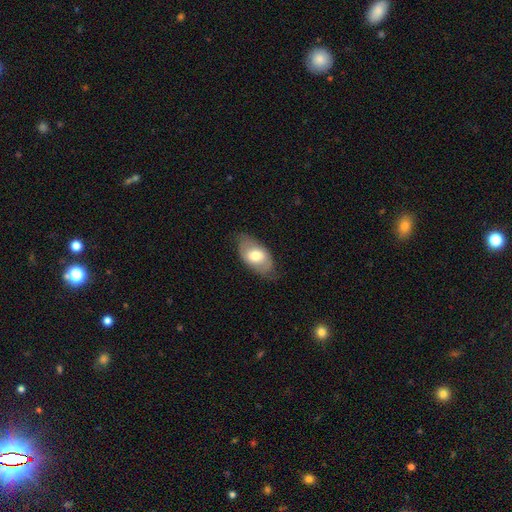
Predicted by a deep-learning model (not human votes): Smooth or featured? Predicted: smooth (p=0.65). How rounded? Predicted: in between (p=0.92). Merging? Predicted: none (p=0.71).